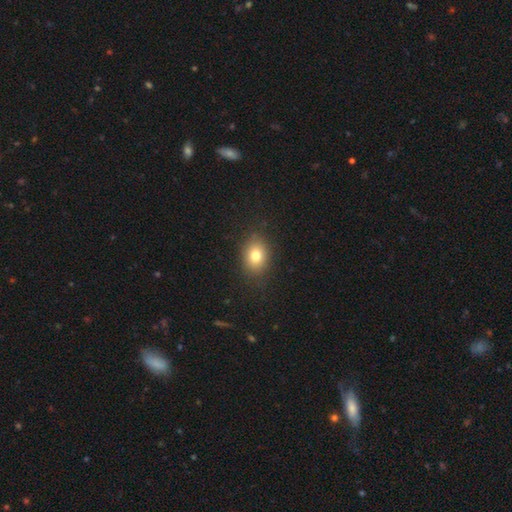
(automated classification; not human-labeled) Smooth or featured?
  - smooth: 79% *
  - star or artifact: 12%
  - featured or disk: 10%
How rounded?
  - in between: 57% *
  - round: 42%
  - cigar-shaped: 1%
Merging?
  - none: 86% *
  - minor disturbance: 10%
  - major disturbance: 3%
  - merger: 1%